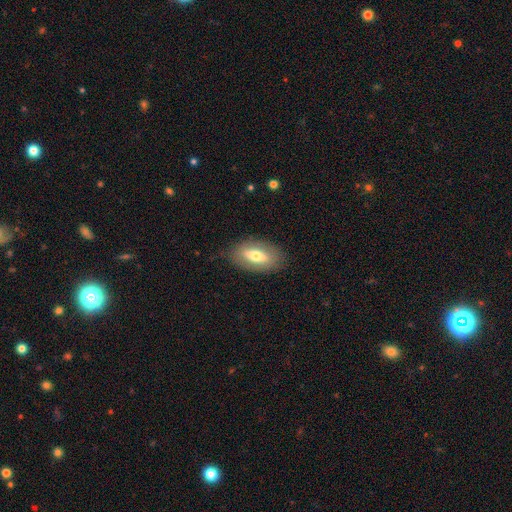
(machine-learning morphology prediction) type=smooth (60%); roundness=in between (90%); merging=none (81%).